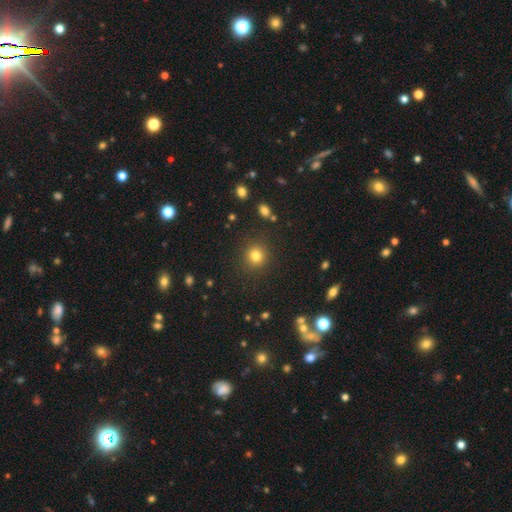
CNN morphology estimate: Smooth or featured?
  - smooth: 81% *
  - star or artifact: 13%
  - featured or disk: 6%
How rounded?
  - round: 90% *
  - in between: 9%
  - cigar-shaped: 1%
Merging?
  - none: 88% *
  - minor disturbance: 7%
  - major disturbance: 3%
  - merger: 2%